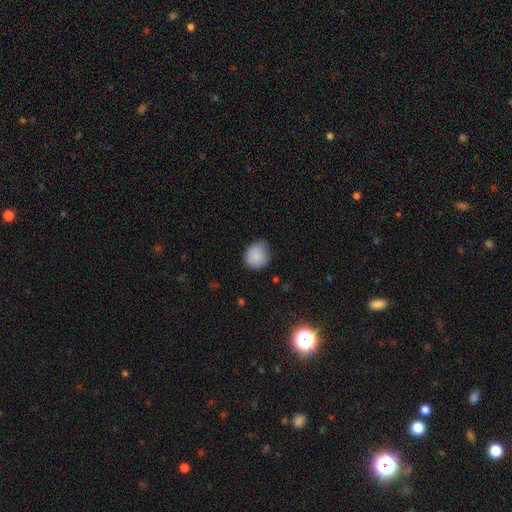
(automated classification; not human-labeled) Q: Smooth or featured?
A: smooth (86%); runner-up: star or artifact (8%)
Q: How rounded?
A: round (75%); runner-up: in between (24%)
Q: Merging?
A: none (61%); runner-up: minor disturbance (32%)